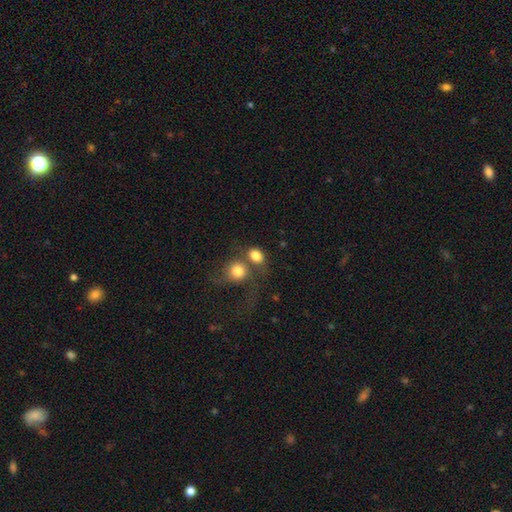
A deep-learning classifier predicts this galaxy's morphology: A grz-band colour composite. It shows a smooth galaxy with no disk features (81%) that is in between round and cigar-shaped (56%). Merging: merger (52%).